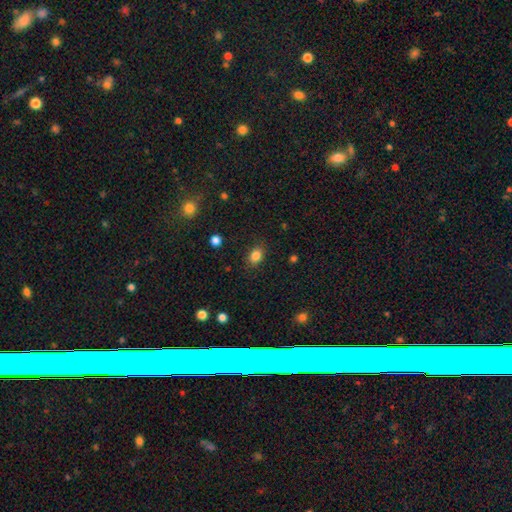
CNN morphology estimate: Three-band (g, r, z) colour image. It shows a smooth galaxy with no disk features (84%) that is in between round and cigar-shaped (69%). Merging: none (85%).